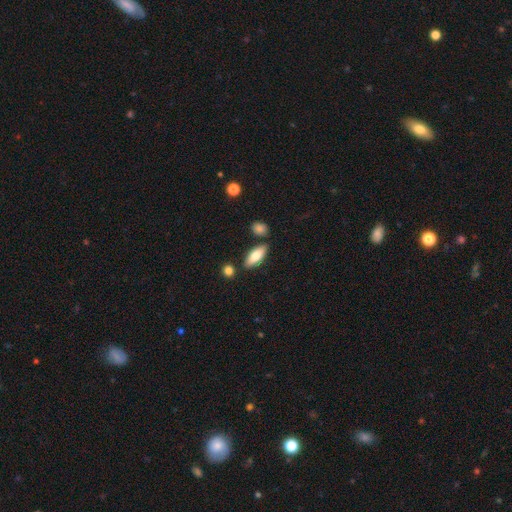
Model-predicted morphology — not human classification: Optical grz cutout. It shows a smooth galaxy with no disk features (75%) that is in between round and cigar-shaped (73%). Merging: none (81%).